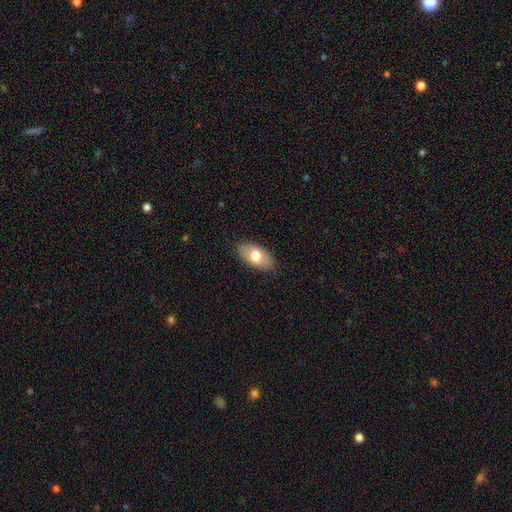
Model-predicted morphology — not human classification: type=smooth (71%); roundness=in between (93%); merging=none (86%).